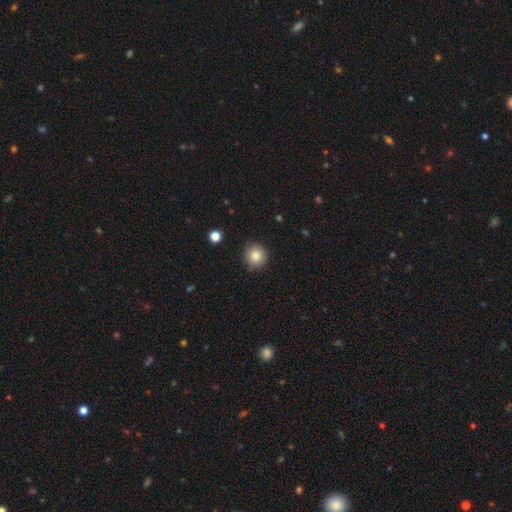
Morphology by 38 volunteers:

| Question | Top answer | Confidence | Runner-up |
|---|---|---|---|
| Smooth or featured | smooth | 87% | star or artifact (8%) |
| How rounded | round | 91% | in between (6%) |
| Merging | none | 86% | minor disturbance (11%) |